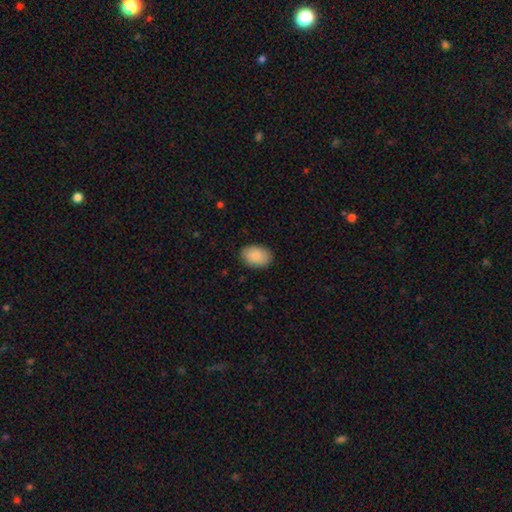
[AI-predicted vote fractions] smooth_or_featured: smooth (p=0.91) [alt: star or artifact p=0.06]
how_rounded: in between (p=0.85) [alt: round p=0.15]
merging: none (p=0.87) [alt: minor disturbance p=0.10]